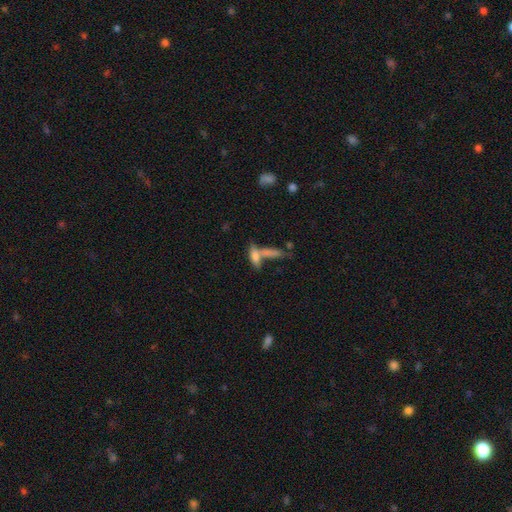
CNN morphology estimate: The model was most divided on "merging": none: 40%, merger: 37%, major disturbance: 12%, minor disturbance: 11%. Remaining: smooth or featured — smooth (37%).